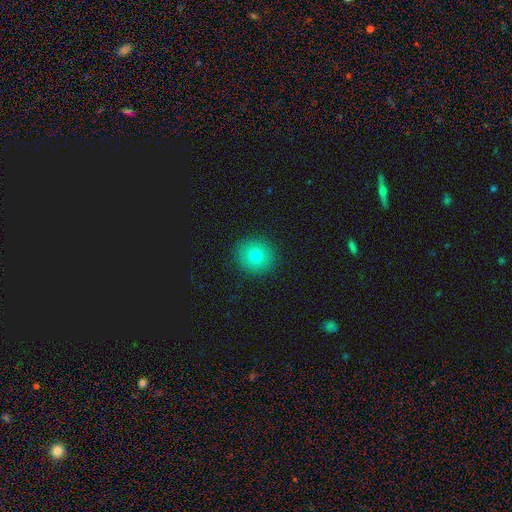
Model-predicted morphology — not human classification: The model was most divided on "smooth or featured": smooth: 75%, featured or disk: 13%, star or artifact: 12%. More confident: merging — none (91%); how rounded — round (90%).